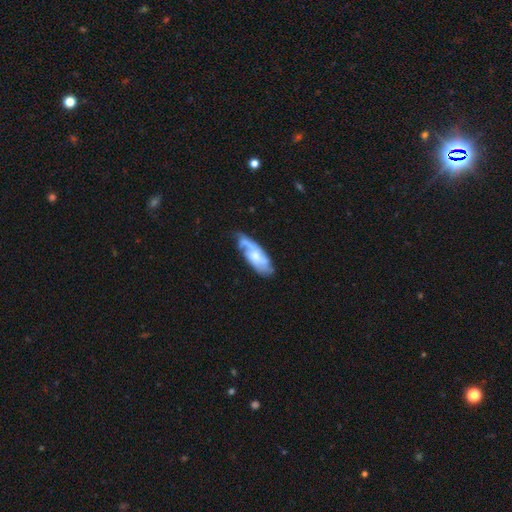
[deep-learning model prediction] featured or disk 73%, smooth 21%, star or artifact 6%. Down the decision tree: edge-on disk — no (89%); bar — no (59%); spiral arms — yes (92%); spiral arm count — 2 (39%); spiral winding — medium (44%); bulge size — moderate (45%); merging — none (62%).